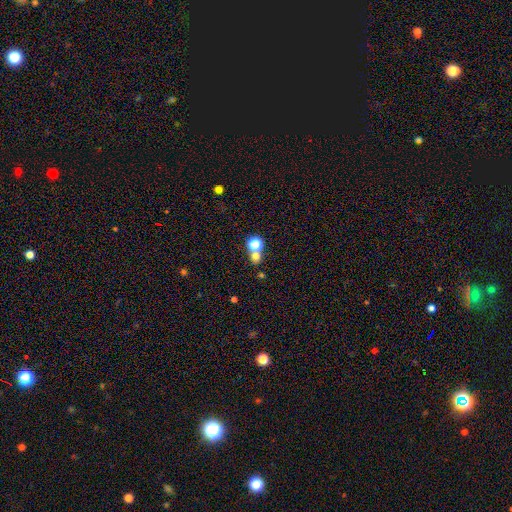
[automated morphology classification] smooth_or_featured: smooth (p=0.66) [alt: star or artifact p=0.24]
how_rounded: round (p=0.80) [alt: in between p=0.18]
merging: none (p=0.56) [alt: merger p=0.35]